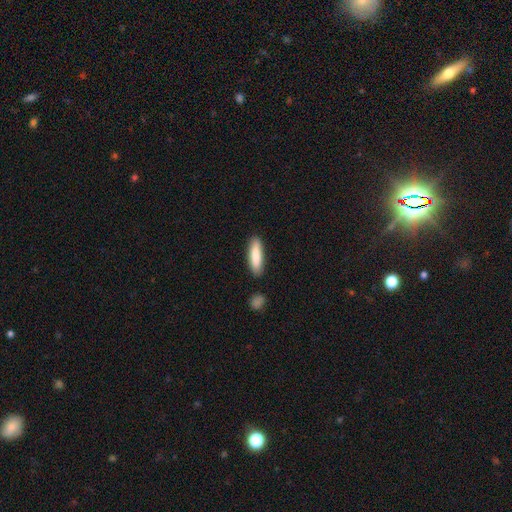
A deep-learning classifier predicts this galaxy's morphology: This is clearly a smooth galaxy (85%). How rounded: likely cigar-shaped (65%). Merging: clearly none (85%).